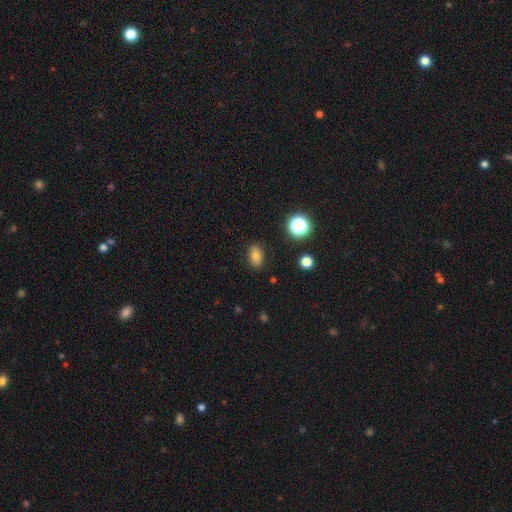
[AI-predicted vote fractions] Smooth or featured? Predicted: smooth (p=0.77). How rounded? Predicted: in between (p=0.82). Merging? Predicted: none (p=0.86).